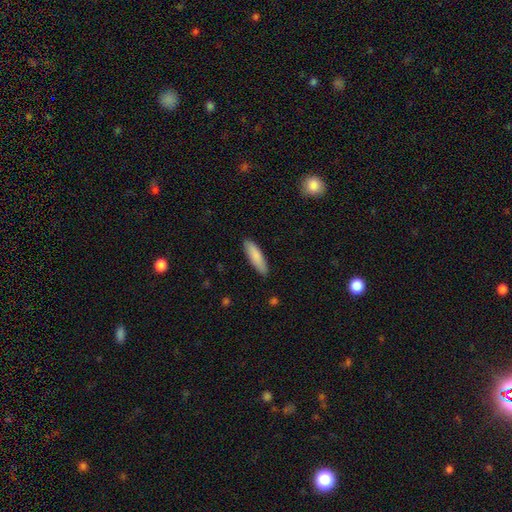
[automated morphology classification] Overall: smooth (85%). How rounded: cigar-shaped (61%; in between 38%). Merging: none (88%).